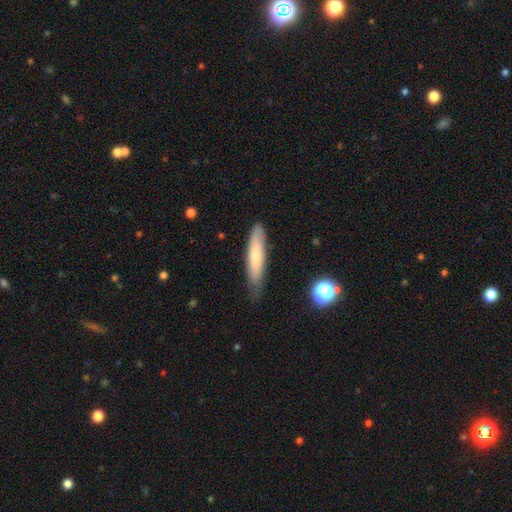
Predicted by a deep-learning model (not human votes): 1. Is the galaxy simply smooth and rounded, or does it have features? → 69% smooth, 25% featured or disk, 6% star or artifact.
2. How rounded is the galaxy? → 85% cigar-shaped, 13% in between, 1% round.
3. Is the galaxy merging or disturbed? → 75% none, 20% minor disturbance, 4% major disturbance, 2% merger.